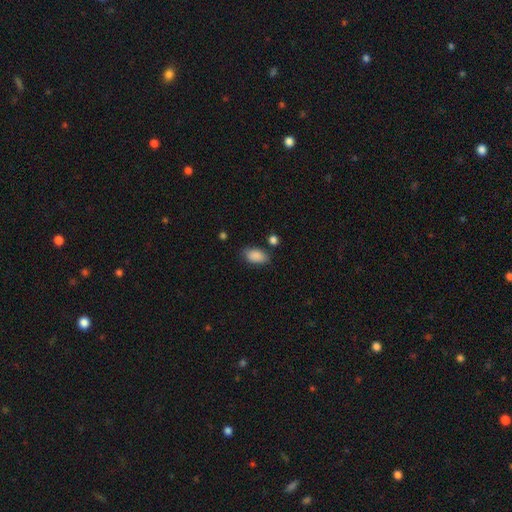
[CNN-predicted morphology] A smooth galaxy with no disk features (88%) that is in between round and cigar-shaped (91%).

Vote fractions:
- Smooth or featured? smooth: 88% / star or artifact: 8% / featured or disk: 4%
- How rounded? in between: 91% / round: 7% / cigar-shaped: 2%
- Merging? none: 75% / minor disturbance: 17% / major disturbance: 4% / merger: 4%